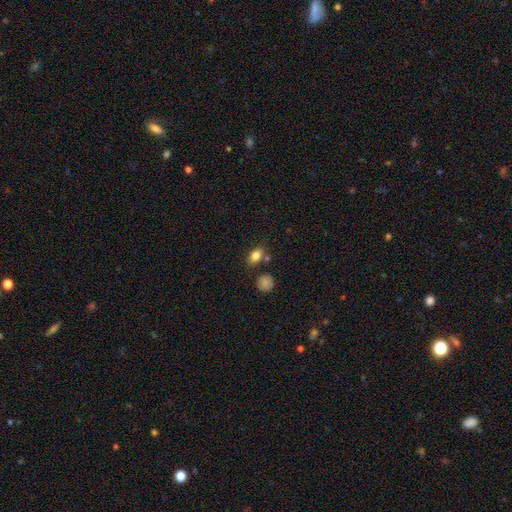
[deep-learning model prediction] This is clearly a smooth galaxy (82%). How rounded: likely in between (75%). Merging: likely none (71%).